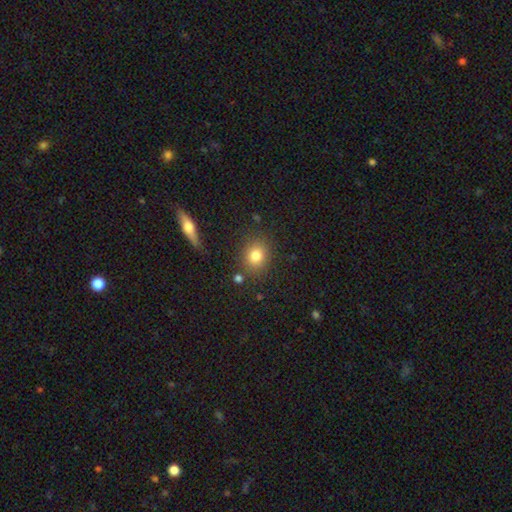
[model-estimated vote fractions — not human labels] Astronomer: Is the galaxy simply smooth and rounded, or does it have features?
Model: smooth — 80%.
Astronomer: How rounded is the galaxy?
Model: round — 65%.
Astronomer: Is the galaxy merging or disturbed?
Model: none — 82%.